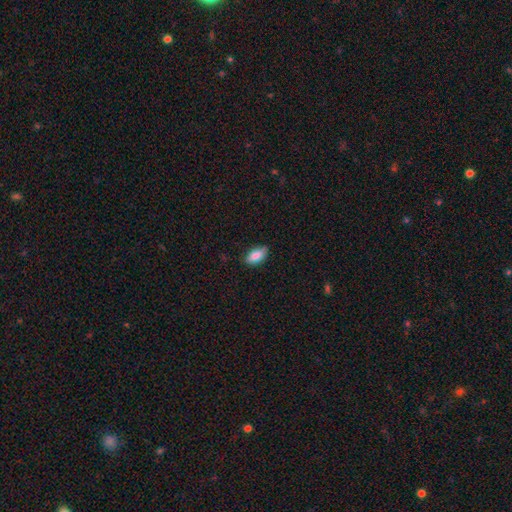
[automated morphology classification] smooth 84%, featured or disk 9%, star or artifact 7%. Down the decision tree: how rounded — in between (91%); merging — none (81%).